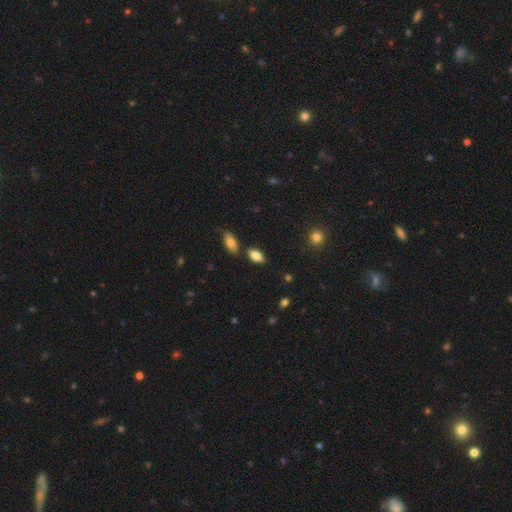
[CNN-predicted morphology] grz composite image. It shows a smooth galaxy with no disk features (80%) that is in between round and cigar-shaped (89%). Merging: none (75%).